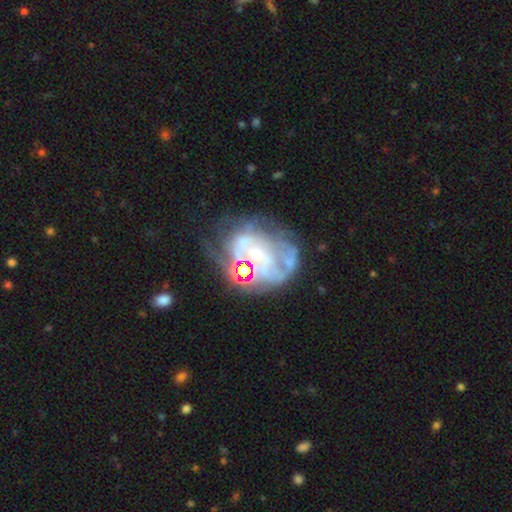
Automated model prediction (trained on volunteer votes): Smooth or featured: featured or disk — 73% (smooth — 14%)
Edge-on disk: no — 97% (yes — 3%)
Bar: no — 77% (weak — 18%)
Spiral arms: yes — 53% (no — 47%)
Bulge size: small — 59% (moderate — 28%)
Merging: none — 35% (major disturbance — 31%)